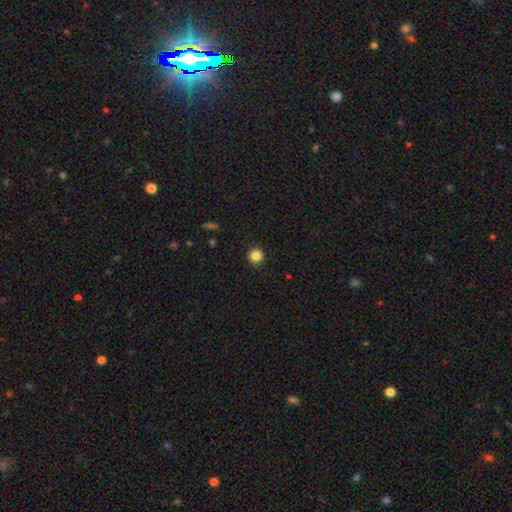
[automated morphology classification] Smooth or featured? smooth (85%)
How rounded? round (95%)
Merging? none (92%)